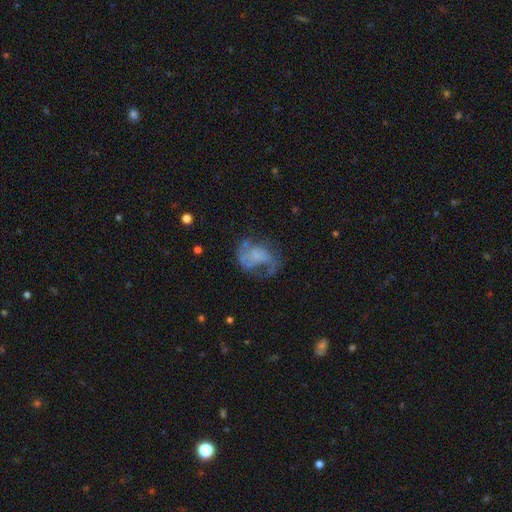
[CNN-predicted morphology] smooth_or_featured: featured or disk (p=0.62) [alt: smooth p=0.27]
disk_edge_on: no (p=0.98) [alt: yes p=0.02]
bar: no (p=0.76) [alt: weak p=0.19]
has_spiral_arms: yes (p=0.63) [alt: no p=0.37]
bulge_size: none (p=0.65) [alt: small p=0.12]
merging: none (p=0.39) [alt: major disturbance p=0.36]